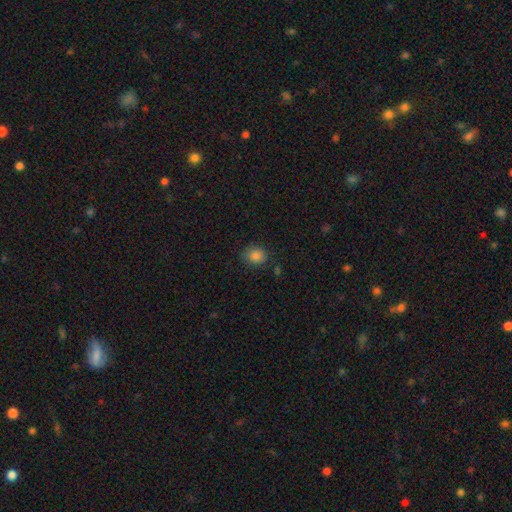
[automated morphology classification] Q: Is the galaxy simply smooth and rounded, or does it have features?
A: smooth — 84%.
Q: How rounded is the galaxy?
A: round — 65%.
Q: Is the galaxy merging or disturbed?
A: none — 80%.